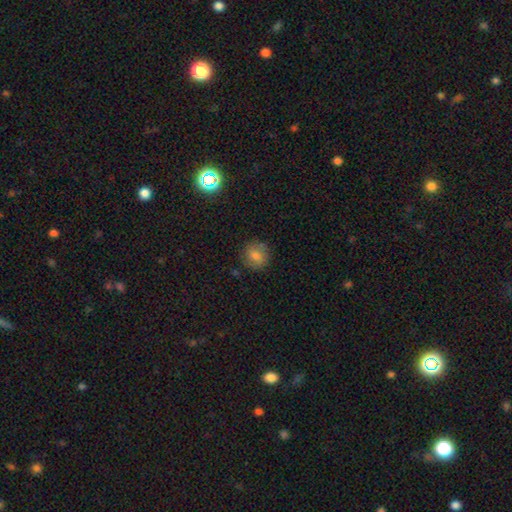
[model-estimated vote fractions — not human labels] This appears to be a smooth galaxy with no disk features (70%) that is round (84%). Merging: none (82%).